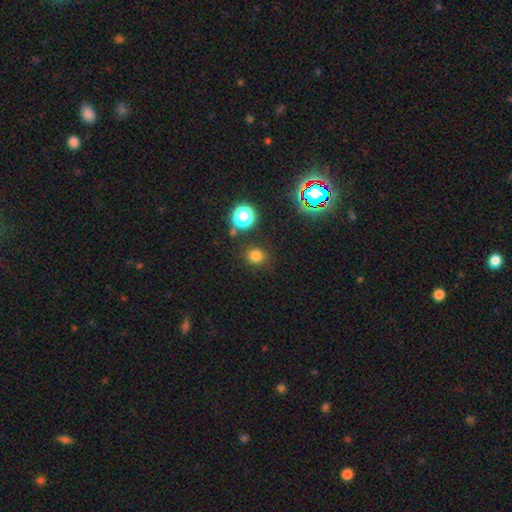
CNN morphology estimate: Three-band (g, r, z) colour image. It shows a smooth galaxy with no disk features (76%) that is round (87%). Merging: none (85%).